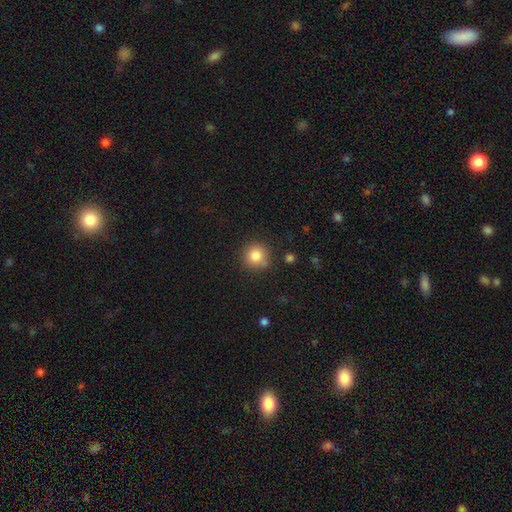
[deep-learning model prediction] Smooth or featured: smooth — 84% (star or artifact — 11%)
How rounded: round — 93% (in between — 6%)
Merging: none — 83% (minor disturbance — 11%)